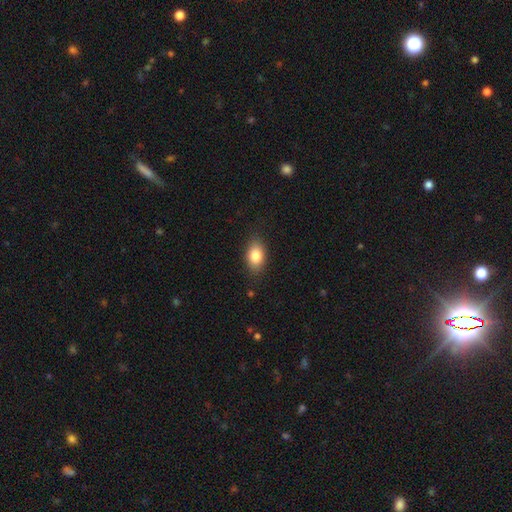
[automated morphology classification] Smooth or featured?
  - smooth: 82% *
  - featured or disk: 10%
  - star or artifact: 8%
How rounded?
  - in between: 84% *
  - round: 13%
  - cigar-shaped: 2%
Merging?
  - none: 83% *
  - minor disturbance: 13%
  - major disturbance: 3%
  - merger: 1%